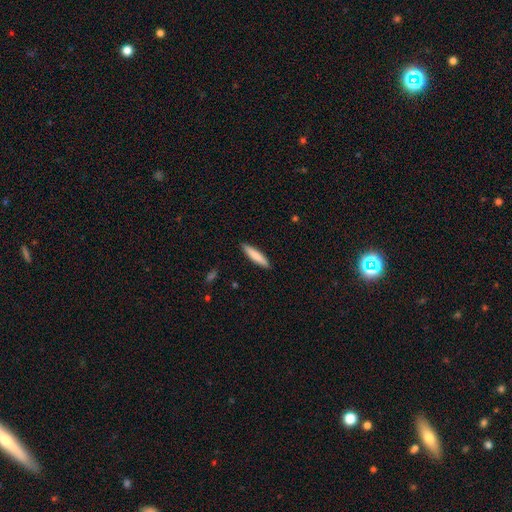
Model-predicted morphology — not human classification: smooth-or-featured: smooth: 81% | featured or disk: 14% | star or artifact: 6%
  how-rounded: cigar-shaped: 86% | in between: 13% | round: 1%
  merging: none: 90% | minor disturbance: 7% | major disturbance: 1% | merger: 1%